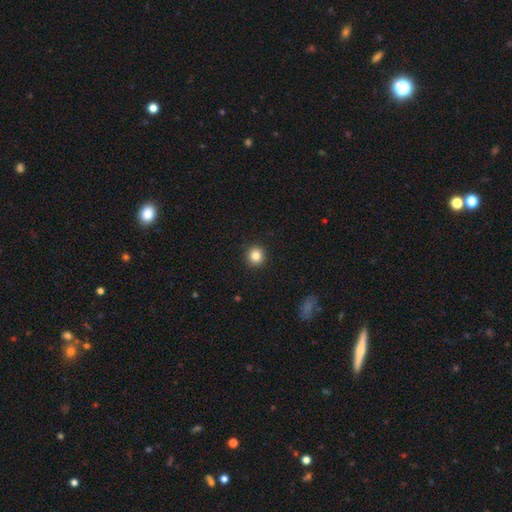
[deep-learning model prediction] A smooth galaxy with no disk features (84%) that is round (93%). Merging: none (92%).